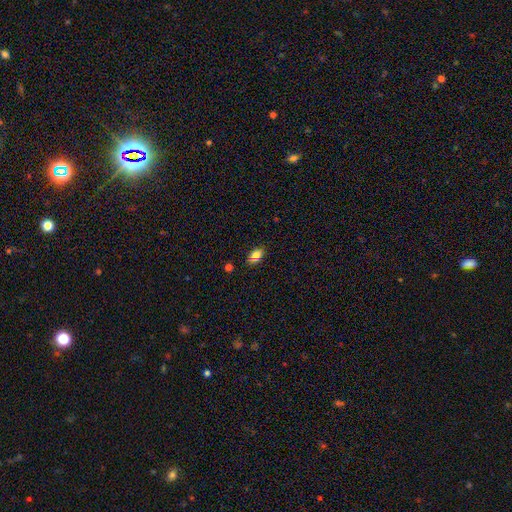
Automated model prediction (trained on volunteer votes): Smooth or featured? smooth (82%)
How rounded? in between (87%)
Merging? none (86%)